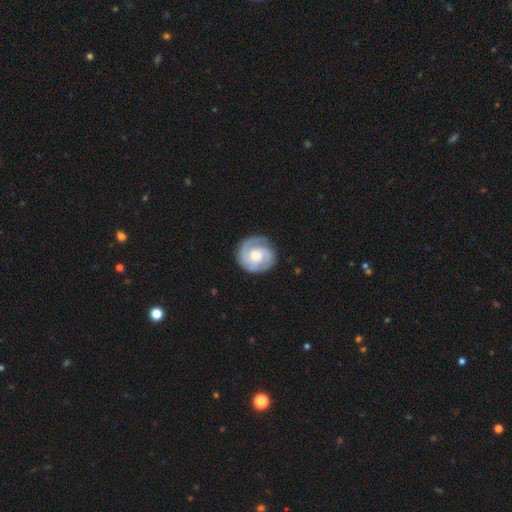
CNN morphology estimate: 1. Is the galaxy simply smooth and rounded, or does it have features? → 79% featured or disk, 16% smooth, 5% star or artifact.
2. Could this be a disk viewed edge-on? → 98% no, 2% yes.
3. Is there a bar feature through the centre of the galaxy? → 64% no, 30% weak, 5% strong.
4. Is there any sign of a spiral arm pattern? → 96% yes, 4% no.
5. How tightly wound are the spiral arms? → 62% tight, 30% medium, 7% loose.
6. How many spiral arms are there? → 50% 2, 19% 3, 14% can't tell, 10% 1, 4% 4, 3% more than 4.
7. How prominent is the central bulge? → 56% moderate, 23% small, 16% large, 3% none, 2% dominant.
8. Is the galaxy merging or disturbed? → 82% none, 13% minor disturbance, 4% major disturbance, 1% merger.